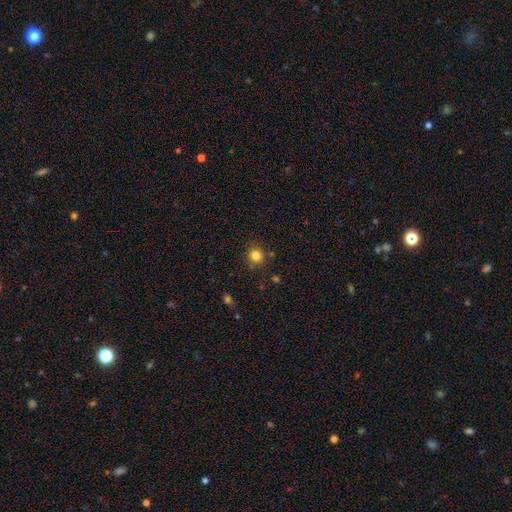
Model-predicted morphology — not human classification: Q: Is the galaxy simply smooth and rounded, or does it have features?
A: smooth — 82%.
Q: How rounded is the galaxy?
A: round — 92%.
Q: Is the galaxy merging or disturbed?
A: none — 86%.